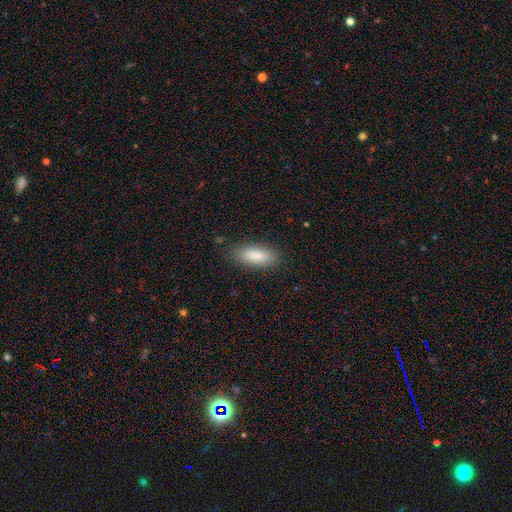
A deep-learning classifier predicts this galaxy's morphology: Overall: smooth (87%). How rounded: in between (76%). Merging: none (86%).